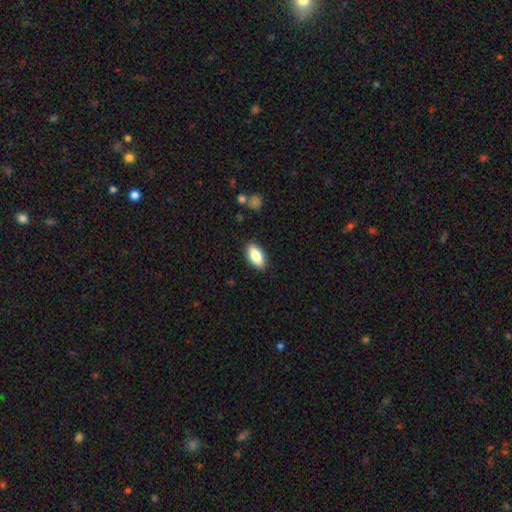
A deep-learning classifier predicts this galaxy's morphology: Q: Smooth or featured?
A: smooth (81%); runner-up: featured or disk (12%)
Q: How rounded?
A: in between (89%); runner-up: cigar-shaped (7%)
Q: Merging?
A: none (87%); runner-up: minor disturbance (9%)